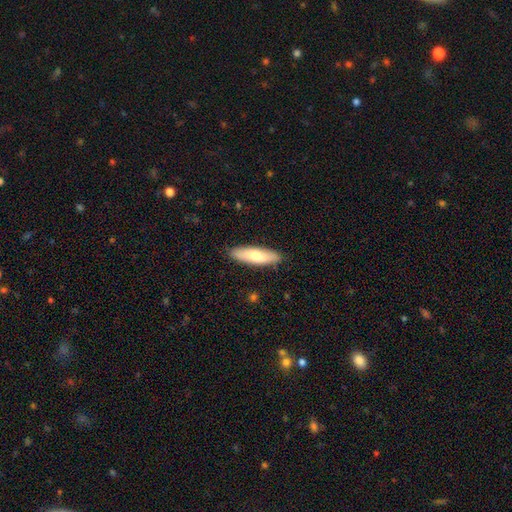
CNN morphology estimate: smooth 72%, featured or disk 23%, star or artifact 5%. Down the decision tree: how rounded — cigar-shaped (56%); merging — none (88%).